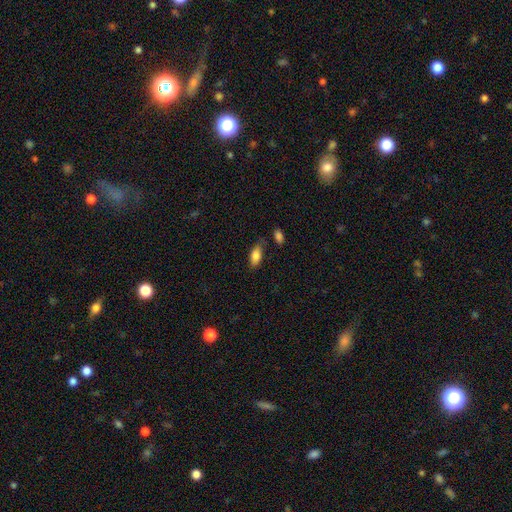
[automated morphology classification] Smooth or featured?
  - smooth: 83% *
  - featured or disk: 10%
  - star or artifact: 7%
How rounded?
  - in between: 86% *
  - cigar-shaped: 11%
  - round: 3%
Merging?
  - none: 70% *
  - minor disturbance: 18%
  - merger: 7%
  - major disturbance: 5%